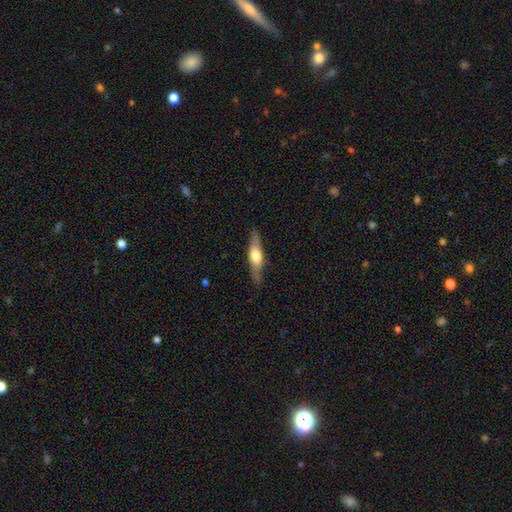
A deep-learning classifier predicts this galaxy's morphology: smooth-or-featured: featured or disk: 51% | smooth: 44% | star or artifact: 5%
  disk-edge-on: yes: 87% | no: 13%
  merging: none: 84% | minor disturbance: 12% | major disturbance: 3% | merger: 1%